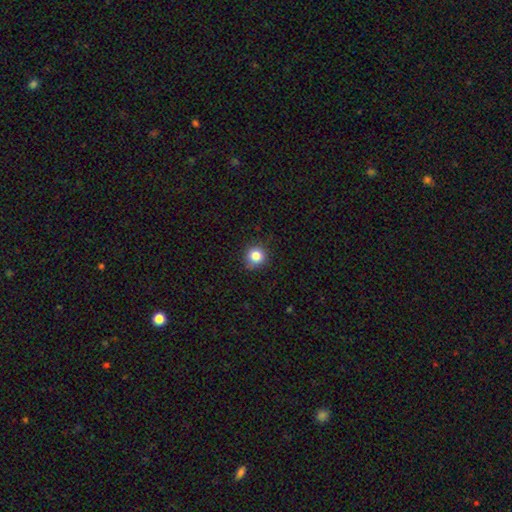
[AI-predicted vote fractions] A smooth galaxy with no disk features (83%) that is round (90%). Merging: none (85%).